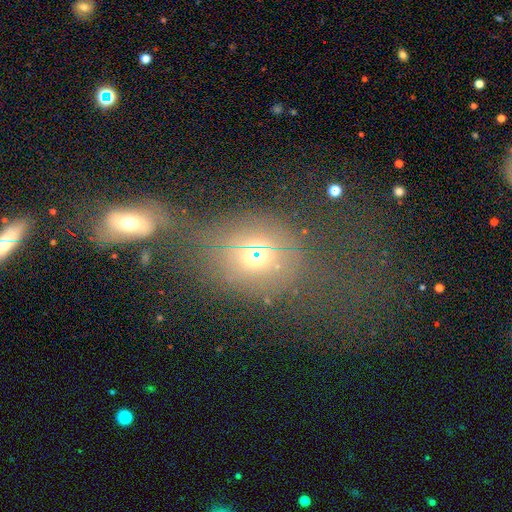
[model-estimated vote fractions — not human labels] smooth 62%, featured or disk 21%, star or artifact 17%. Down the decision tree: how rounded — round (54%); merging — merger (45%).